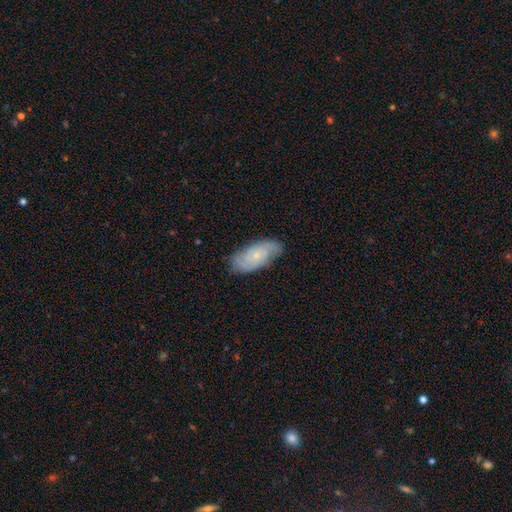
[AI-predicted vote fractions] featured or disk 65%, smooth 29%, star or artifact 7%. Down the decision tree: edge-on disk — no (93%); bar — no (73%); spiral arms — yes (91%); spiral arm count — 2 (57%); spiral winding — tight (51%); bulge size — small (74%); merging — none (79%).